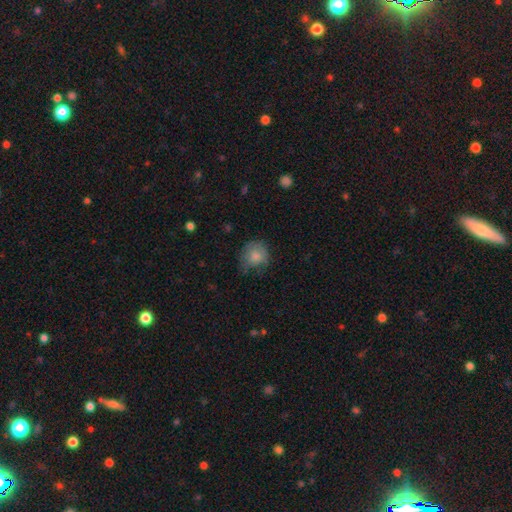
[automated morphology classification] smooth 78%, featured or disk 14%, star or artifact 8%. Down the decision tree: how rounded — round (77%); merging — none (53%).